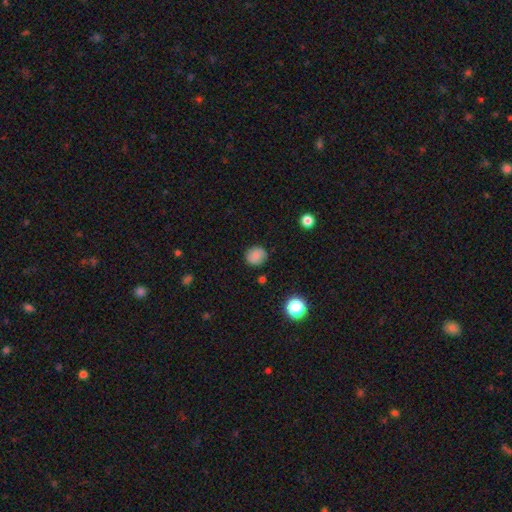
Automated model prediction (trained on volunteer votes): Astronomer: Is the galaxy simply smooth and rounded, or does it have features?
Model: smooth — 80%.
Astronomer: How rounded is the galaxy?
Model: round — 83%.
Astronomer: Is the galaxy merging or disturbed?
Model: none — 84%.